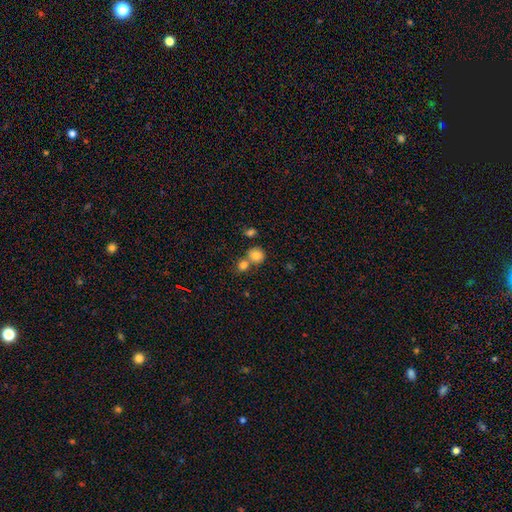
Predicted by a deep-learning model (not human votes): This appears to be a smooth galaxy with no disk features (81%) that is round (83%). Merging: none (51%).